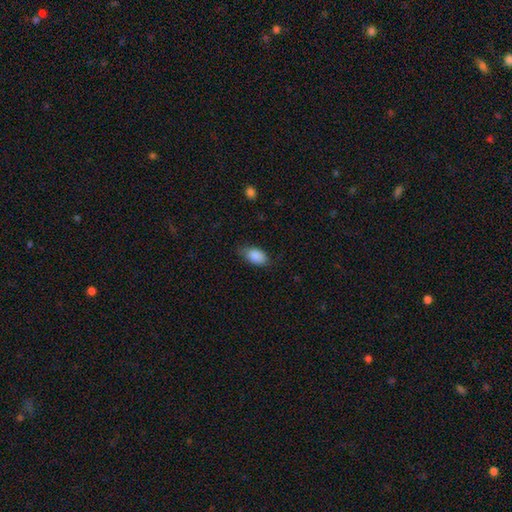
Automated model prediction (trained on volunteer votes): This is clearly a smooth galaxy (88%). How rounded: clearly in between (92%). Merging: likely none (70%).